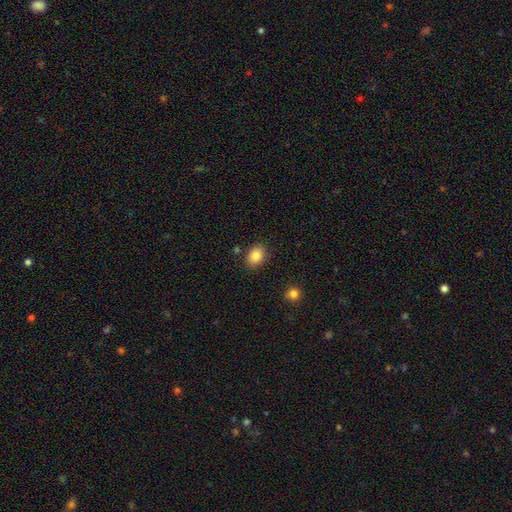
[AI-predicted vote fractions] The model was most divided on "how rounded": in between: 76%, round: 23%, cigar-shaped: 1%. More confident: smooth or featured — smooth (86%); merging — none (84%).